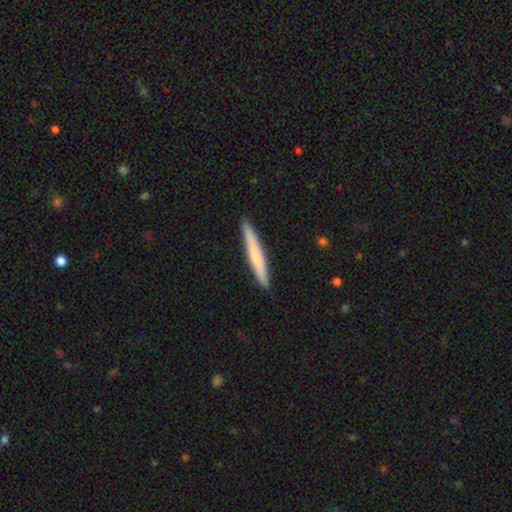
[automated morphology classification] smooth_or_featured: smooth (p=0.63) [alt: featured or disk p=0.31]
how_rounded: cigar-shaped (p=0.96) [alt: in between p=0.03]
merging: none (p=0.91) [alt: minor disturbance p=0.07]